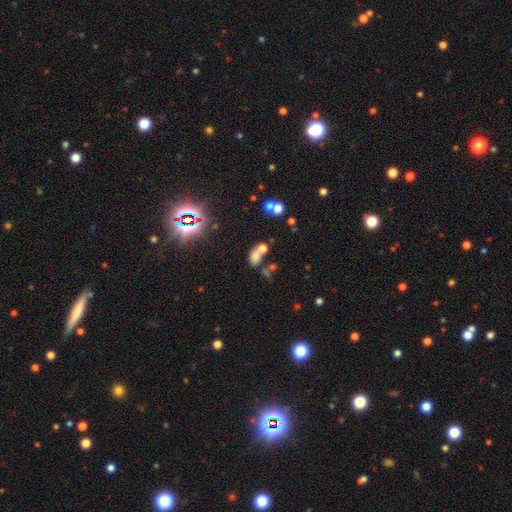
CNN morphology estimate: Smooth or featured: smooth — 64% (star or artifact — 20%)
How rounded: in between — 74% (round — 23%)
Merging: merger — 50% (none — 31%)